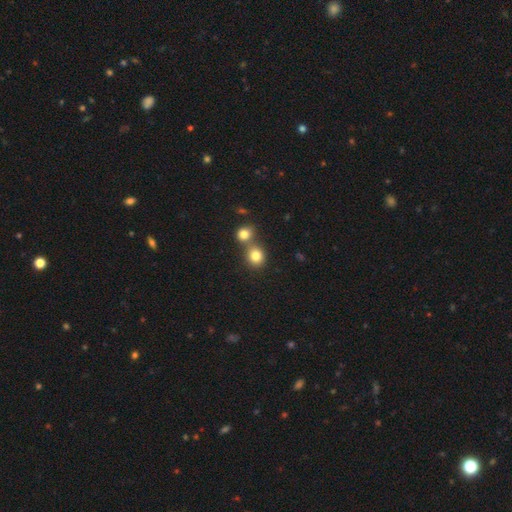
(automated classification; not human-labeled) Morphology: type=smooth (81%); roundness=round (82%); merging=none (51%).